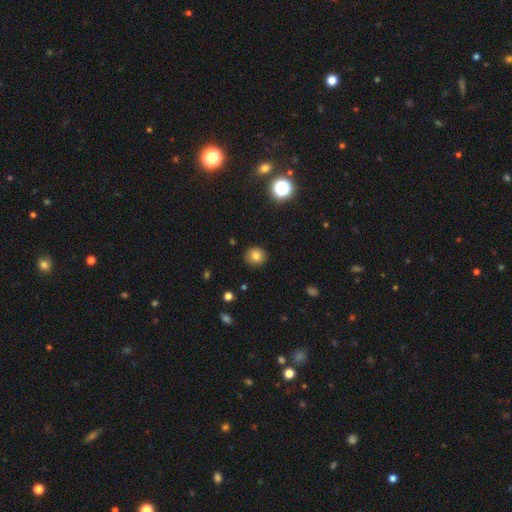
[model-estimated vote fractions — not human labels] Q: Smooth or featured?
A: smooth (80%); runner-up: star or artifact (12%)
Q: How rounded?
A: round (81%); runner-up: in between (18%)
Q: Merging?
A: none (87%); runner-up: minor disturbance (10%)